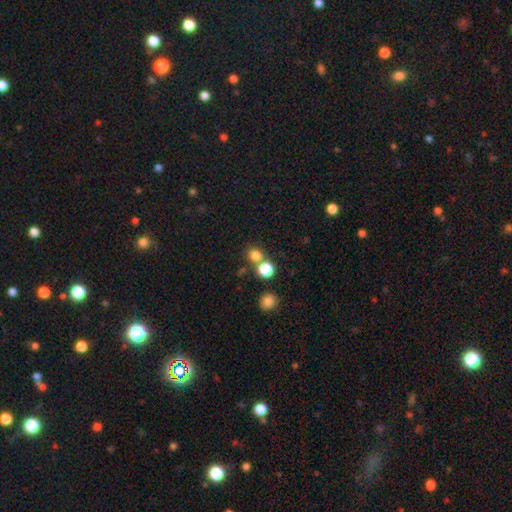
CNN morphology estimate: smooth 78%, star or artifact 17%, featured or disk 6%. Down the decision tree: how rounded — round (88%); merging — none (64%).